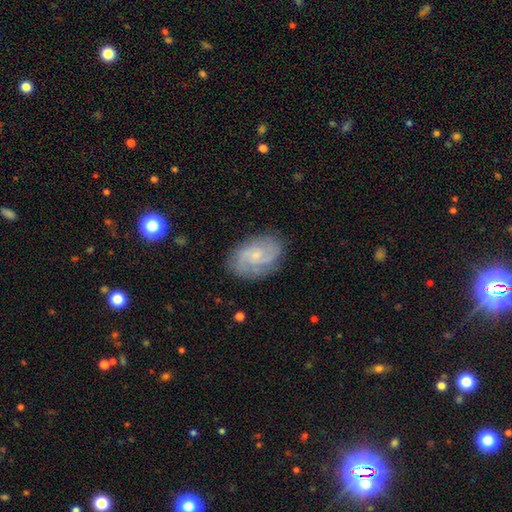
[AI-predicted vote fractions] This appears to be a featured or disk galaxy (73%) with no bar (68%), 2 (38%) medium (42%, tied with tight) spiral arms (93%) and a small central bulge (76%). Merging: none (78%).